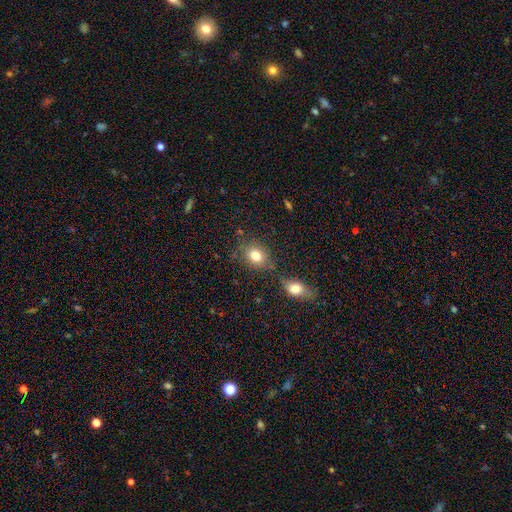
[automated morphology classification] This appears to be a smooth galaxy with no disk features (80%) that is in between round and cigar-shaped (51%). Merging: none (69%).